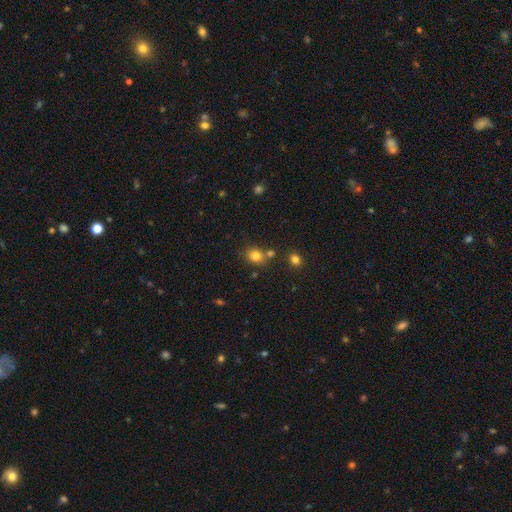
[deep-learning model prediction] smooth-or-featured: smooth: 81% | star or artifact: 13% | featured or disk: 6%
  how-rounded: round: 63% | in between: 36% | cigar-shaped: 1%
  merging: none: 65% | merger: 18% | minor disturbance: 12% | major disturbance: 4%